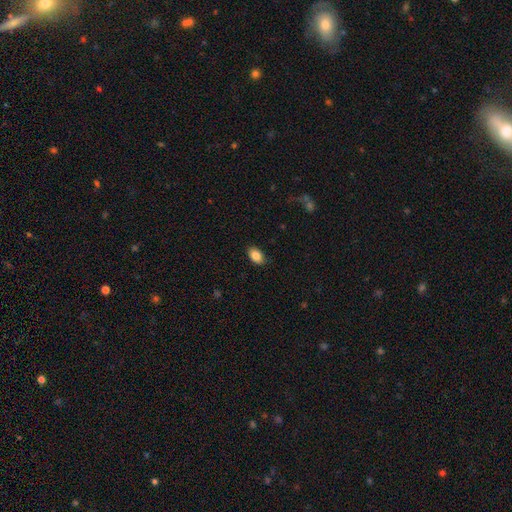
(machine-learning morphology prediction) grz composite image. It shows a smooth galaxy with no disk features (86%) that is in between round and cigar-shaped (89%). Merging: none (87%).